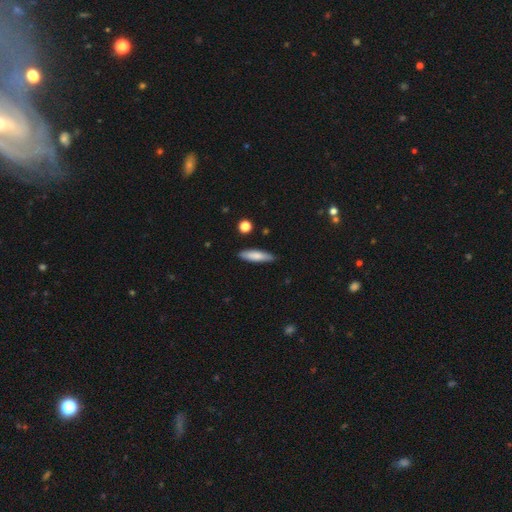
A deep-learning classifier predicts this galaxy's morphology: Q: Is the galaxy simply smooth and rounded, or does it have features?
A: smooth — 78%.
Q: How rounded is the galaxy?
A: cigar-shaped — 70%.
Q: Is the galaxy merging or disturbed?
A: none — 87%.